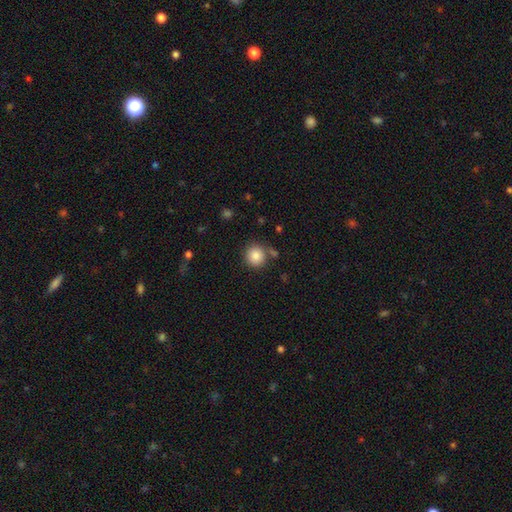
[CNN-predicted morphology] Overall: smooth (85%). How rounded: round (93%). Merging: none (79%).